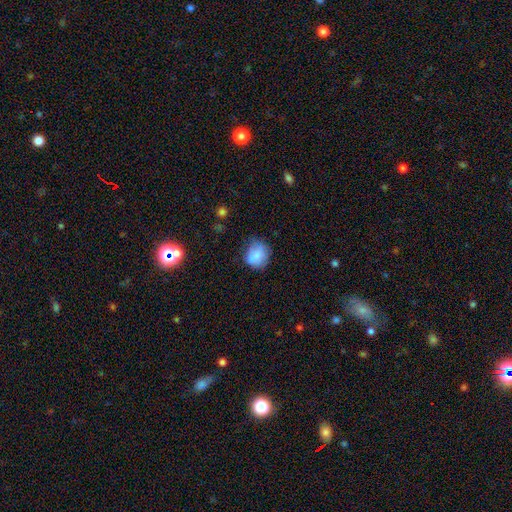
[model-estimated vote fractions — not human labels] smooth_or_featured: smooth (p=0.78) [alt: featured or disk p=0.12]
how_rounded: round (p=0.68) [alt: in between p=0.31]
merging: none (p=0.56) [alt: minor disturbance p=0.30]